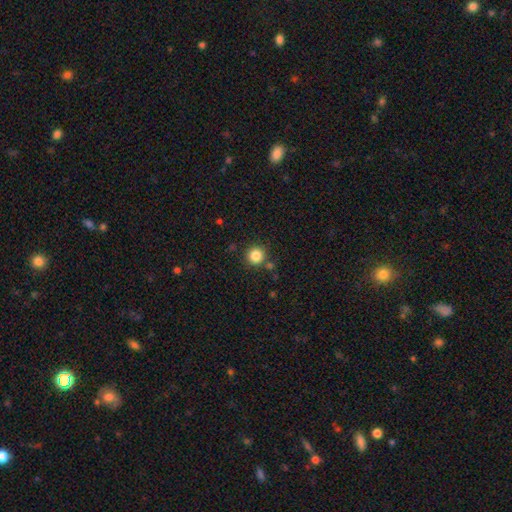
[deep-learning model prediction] Smooth or featured?
  - smooth: 85% *
  - star or artifact: 11%
  - featured or disk: 4%
How rounded?
  - round: 94% *
  - in between: 5%
  - cigar-shaped: 1%
Merging?
  - none: 85% *
  - minor disturbance: 7%
  - merger: 5%
  - major disturbance: 3%